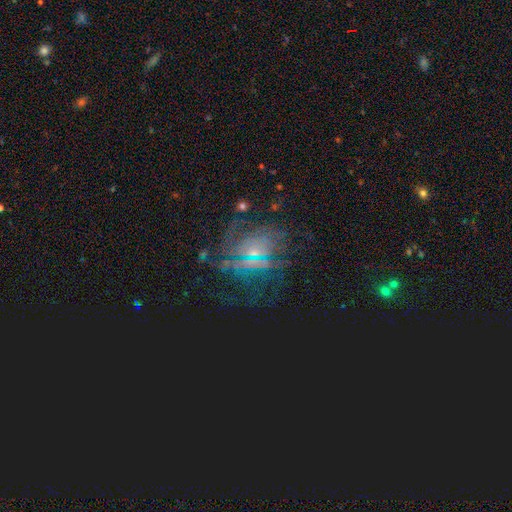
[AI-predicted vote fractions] Smooth or featured: star or artifact — 43% (featured or disk — 40%)